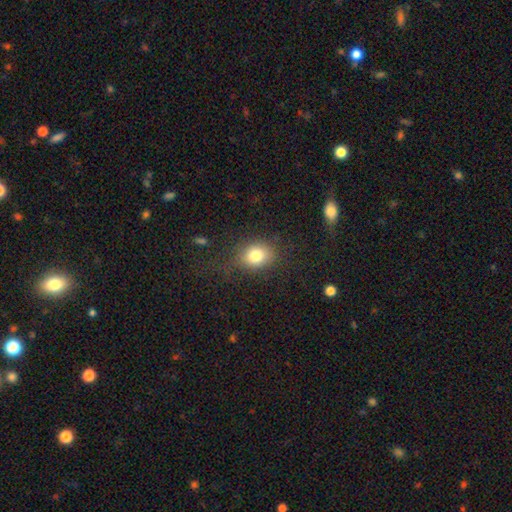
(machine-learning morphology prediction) type=smooth (79%); roundness=in between (51%); merging=none (73%).